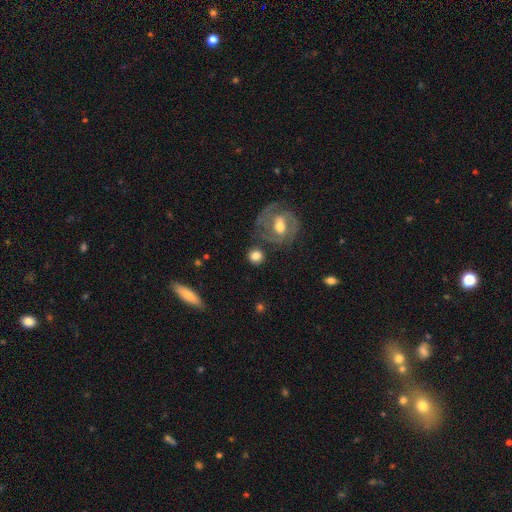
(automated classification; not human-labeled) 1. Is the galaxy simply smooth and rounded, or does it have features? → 76% smooth, 16% featured or disk, 8% star or artifact.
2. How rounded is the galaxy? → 86% round, 12% in between, 1% cigar-shaped.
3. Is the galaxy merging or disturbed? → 75% none, 12% minor disturbance, 8% merger, 5% major disturbance.